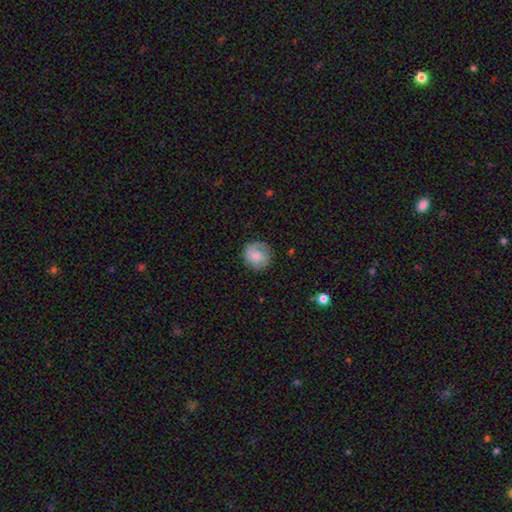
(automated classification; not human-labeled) smooth 66%, featured or disk 26%, star or artifact 7%. Down the decision tree: how rounded — round (89%); merging — none (77%).